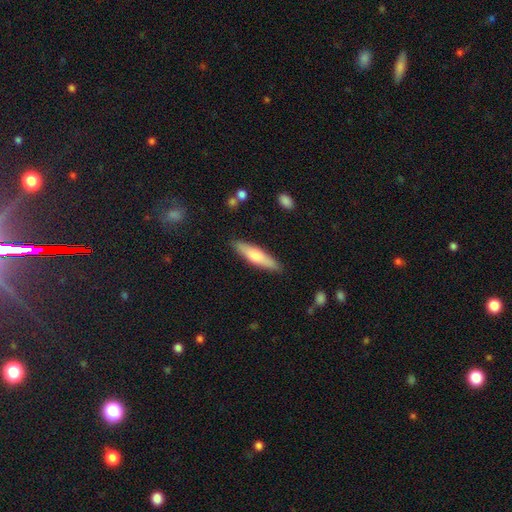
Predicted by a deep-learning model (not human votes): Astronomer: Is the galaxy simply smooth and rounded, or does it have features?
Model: smooth — 62%.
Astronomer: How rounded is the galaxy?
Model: cigar-shaped — 76%.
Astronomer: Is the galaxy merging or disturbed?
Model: none — 88%.